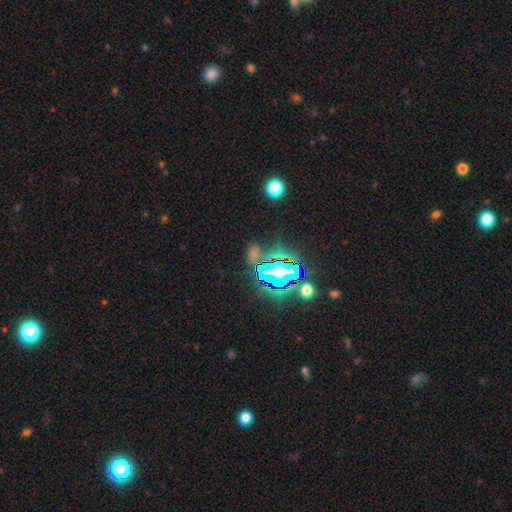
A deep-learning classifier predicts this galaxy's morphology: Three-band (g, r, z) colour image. It shows a star or artifact, not a galaxy (71%).